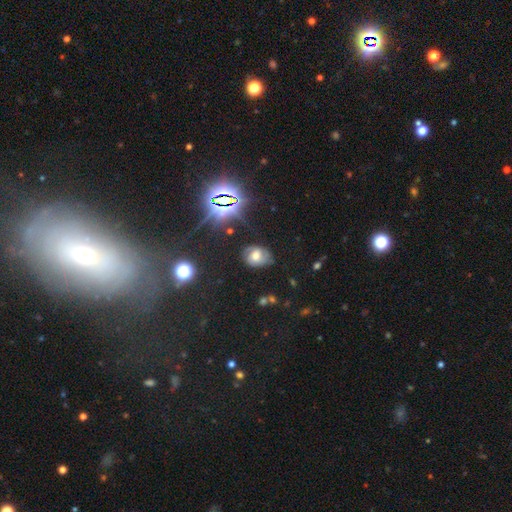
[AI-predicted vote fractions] A featured or disk galaxy (47%). Merging: none (72%).